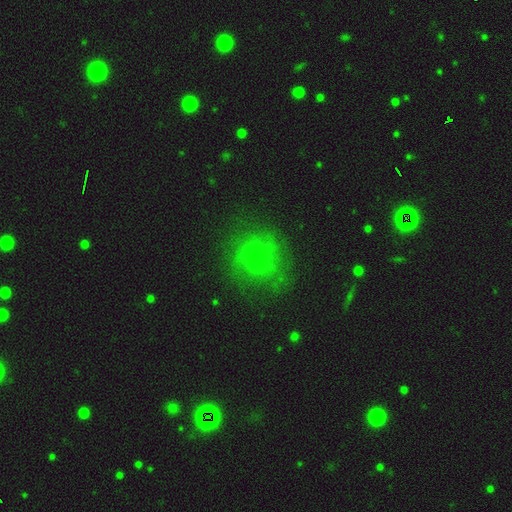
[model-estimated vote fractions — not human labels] smooth-or-featured: smooth: 60% | featured or disk: 21% | star or artifact: 20%
  how-rounded: round: 73% | in between: 26% | cigar-shaped: 1%
  merging: none: 65% | minor disturbance: 20% | major disturbance: 14% | merger: 2%